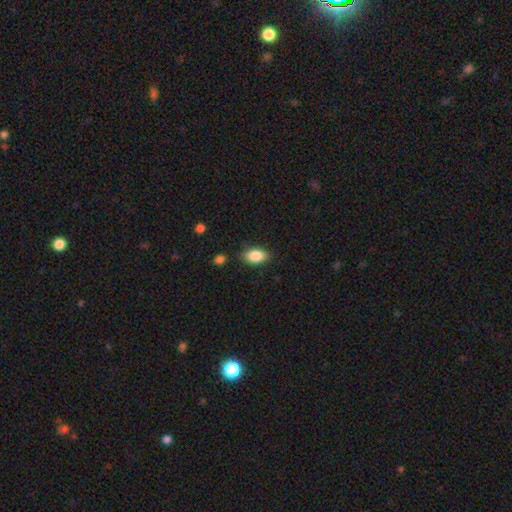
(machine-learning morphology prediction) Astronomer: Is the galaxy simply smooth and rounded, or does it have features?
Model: smooth — 86%.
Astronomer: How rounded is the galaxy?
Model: in between — 90%.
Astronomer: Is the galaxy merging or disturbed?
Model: none — 83%.